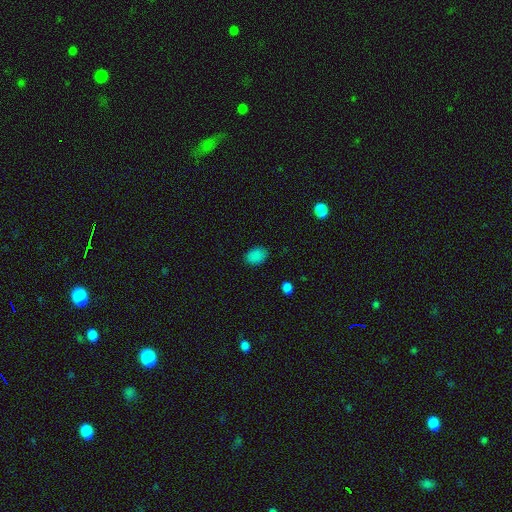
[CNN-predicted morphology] A smooth galaxy with no disk features (86%) that is in between round and cigar-shaped (78%). Merging: none (86%).